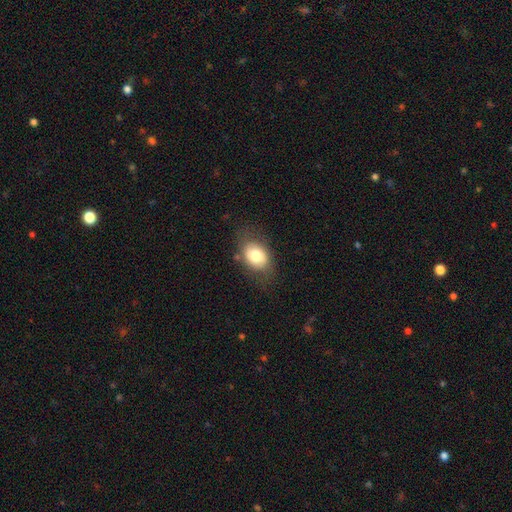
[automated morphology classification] Overall: smooth (74%). How rounded: in between (73%). Merging: none (72%).